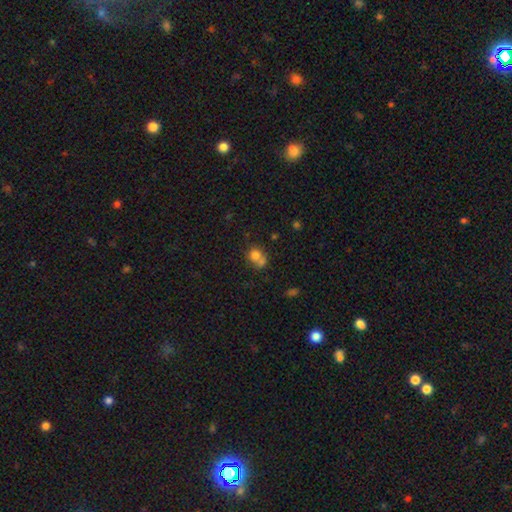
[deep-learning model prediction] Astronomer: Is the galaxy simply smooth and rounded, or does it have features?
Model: smooth — 75%.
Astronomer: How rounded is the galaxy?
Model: round — 74%.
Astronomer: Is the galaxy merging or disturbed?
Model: merger — 49% (runner-up: none, 36%).